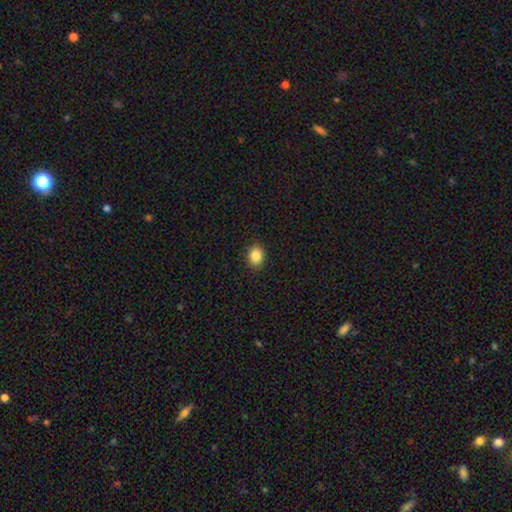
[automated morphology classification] smooth-or-featured: smooth: 86% | star or artifact: 9% | featured or disk: 5%
  how-rounded: in between: 51% | round: 48% | cigar-shaped: 1%
  merging: none: 90% | minor disturbance: 7% | major disturbance: 2% | merger: 1%